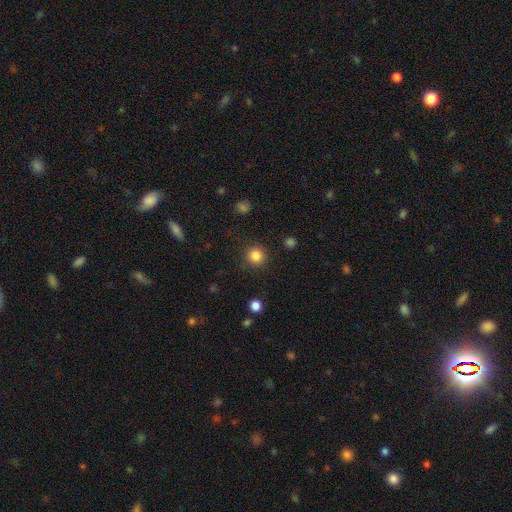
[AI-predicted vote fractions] A smooth galaxy with no disk features (85%) that is round (95%). Merging: none (90%).